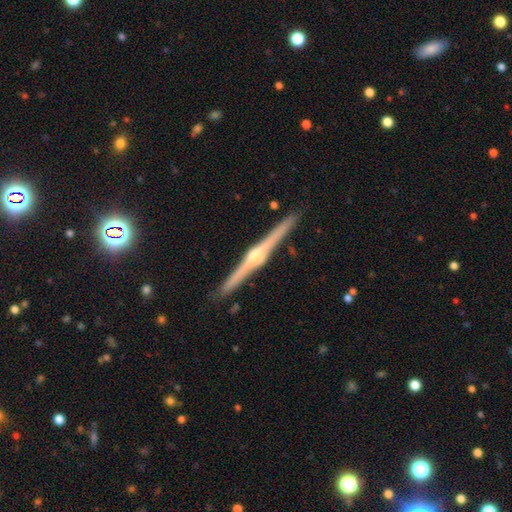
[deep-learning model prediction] smooth_or_featured: featured or disk (p=0.86) [alt: smooth p=0.09]
disk_edge_on: yes (p=0.99) [alt: no p=0.01]
edge_on_bulge: rounded (p=0.89) [alt: boxy p=0.07]
merging: none (p=0.92) [alt: minor disturbance p=0.06]